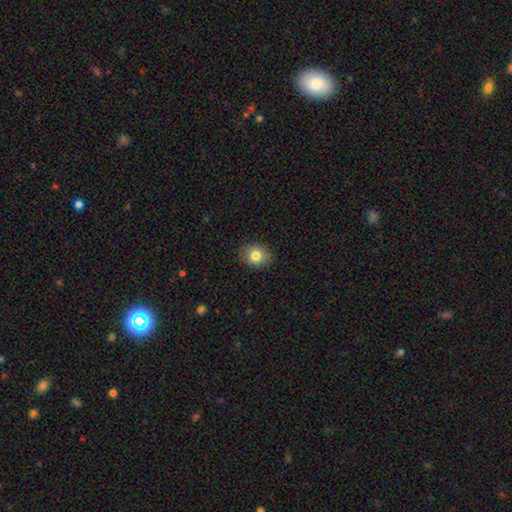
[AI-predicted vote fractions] Smooth or featured: smooth — 80% (star or artifact — 10%)
How rounded: round — 53% (in between — 46%)
Merging: none — 88% (minor disturbance — 9%)